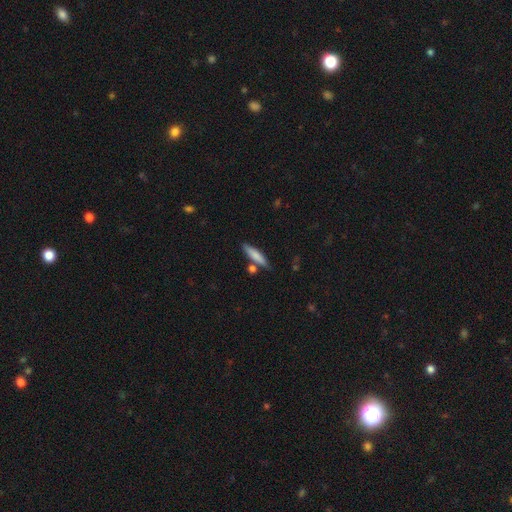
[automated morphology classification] This is likely a smooth galaxy (75%). How rounded: clearly cigar-shaped (83%). Merging: likely none (78%).